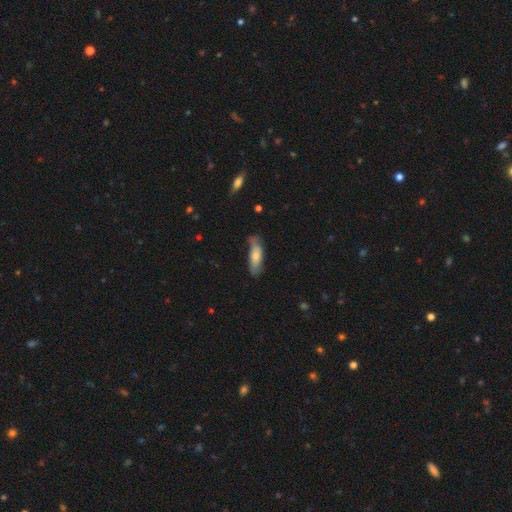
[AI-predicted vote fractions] A smooth galaxy with no disk features (69%) that is in between round and cigar-shaped (50%).

Vote fractions:
- Smooth or featured? smooth: 69% / featured or disk: 25% / star or artifact: 6%
- How rounded? in between: 50% / cigar-shaped: 48% / round: 2%
- Merging? none: 59% / minor disturbance: 29% / major disturbance: 8% / merger: 4%